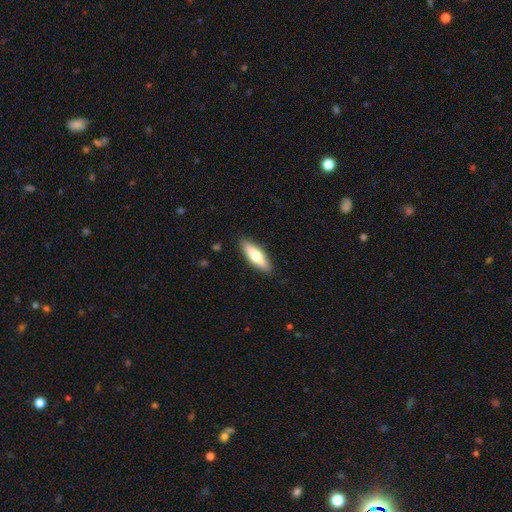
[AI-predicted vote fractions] Smooth or featured? Predicted: smooth (p=0.66). How rounded? Predicted: cigar-shaped (p=0.52). Merging? Predicted: none (p=0.88).